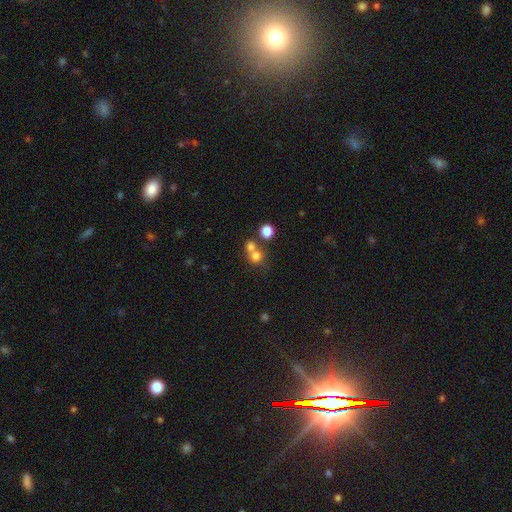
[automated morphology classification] This appears to be a smooth galaxy with no disk features (73%) that is round (85%). Merging: merger (45%).